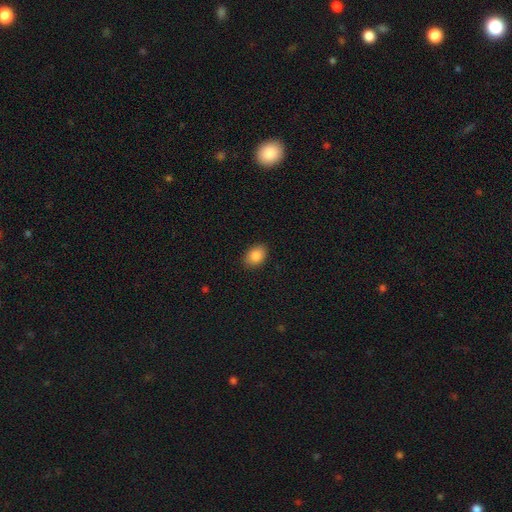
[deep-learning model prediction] A smooth galaxy with no disk features (86%) that is in between round and cigar-shaped (77%). Merging: none (89%).